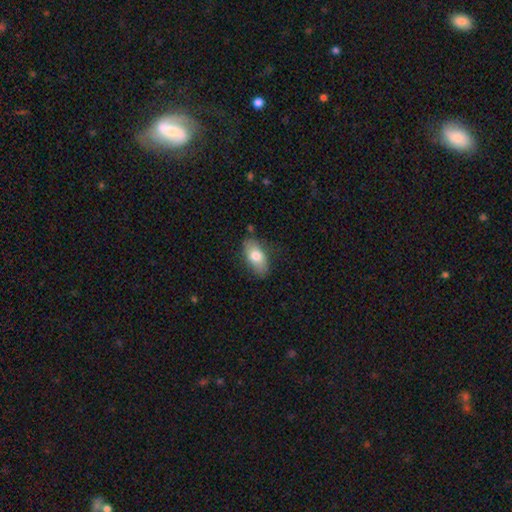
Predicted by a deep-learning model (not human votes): This appears to be a smooth galaxy with no disk features (75%) that is in between round and cigar-shaped (90%). Merging: none (77%).